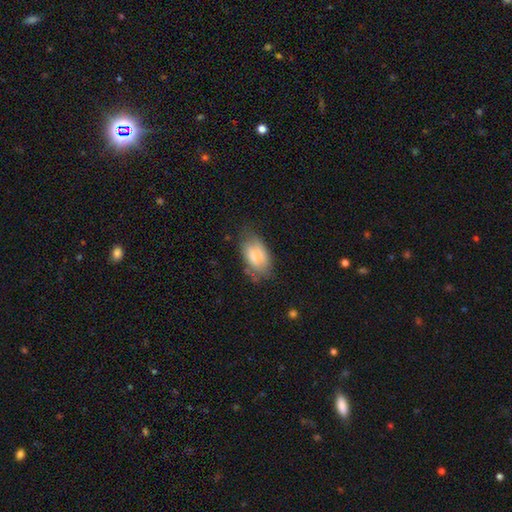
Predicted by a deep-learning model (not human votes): smooth_or_featured: smooth (p=0.70) [alt: featured or disk p=0.23]
how_rounded: in between (p=0.92) [alt: round p=0.06]
merging: none (p=0.53) [alt: minor disturbance p=0.32]